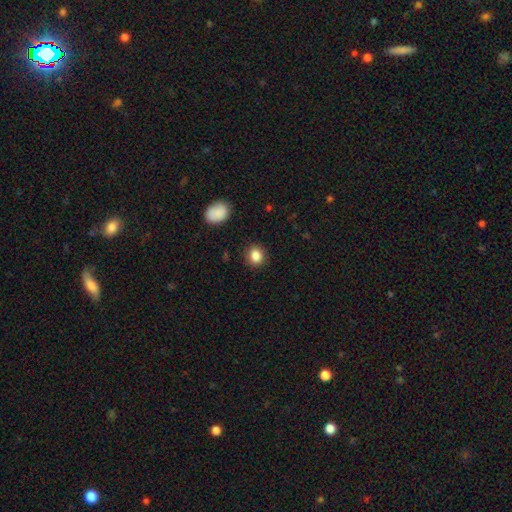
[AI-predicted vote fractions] Smooth or featured: smooth — 86% (star or artifact — 10%)
How rounded: round — 77% (in between — 22%)
Merging: none — 89% (minor disturbance — 7%)